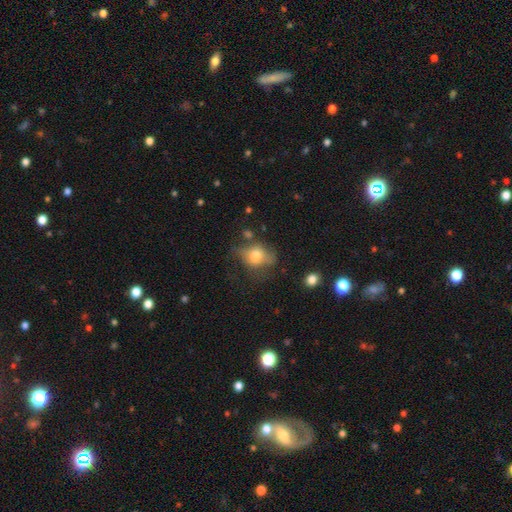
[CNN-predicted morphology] Smooth or featured?
  - smooth: 66% *
  - featured or disk: 24%
  - star or artifact: 11%
How rounded?
  - round: 51% *
  - in between: 47%
  - cigar-shaped: 2%
Merging?
  - none: 46% *
  - minor disturbance: 28%
  - major disturbance: 21%
  - merger: 4%